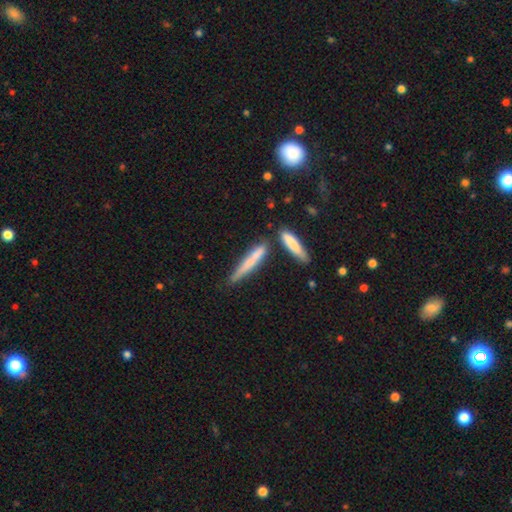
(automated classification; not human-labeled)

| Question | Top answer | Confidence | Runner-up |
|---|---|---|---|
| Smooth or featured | smooth | 46% | featured or disk (42%) |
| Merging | none | 74% | merger (13%) |